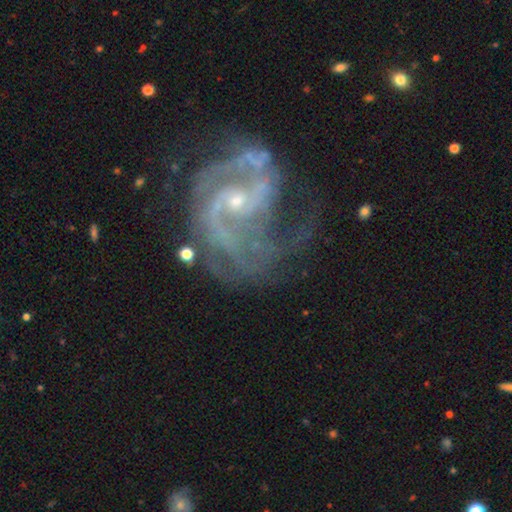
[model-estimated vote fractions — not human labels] A featured or disk galaxy (90%) with no bar (48%), 2 (69%) medium (56%) spiral arms (97%) and a small central bulge (77%).

Vote fractions:
- Smooth or featured? featured or disk: 90% / star or artifact: 6% / smooth: 3%
- Edge-on disk? no: 98% / yes: 2%
- Bar? no: 48% / weak: 38% / strong: 14%
- Spiral arms? yes: 97% / no: 3%
- Spiral winding? medium: 56% / tight: 25% / loose: 20%
- Spiral arm count? 2: 69% / 3: 10% / can't tell: 9% / 1: 4% / 4: 4% / more than 4: 4%
- Bulge size? small: 77% / moderate: 18% / none: 2% / large: 1% / dominant: 1%
- Merging? none: 50% / major disturbance: 25% / minor disturbance: 22% / merger: 4%